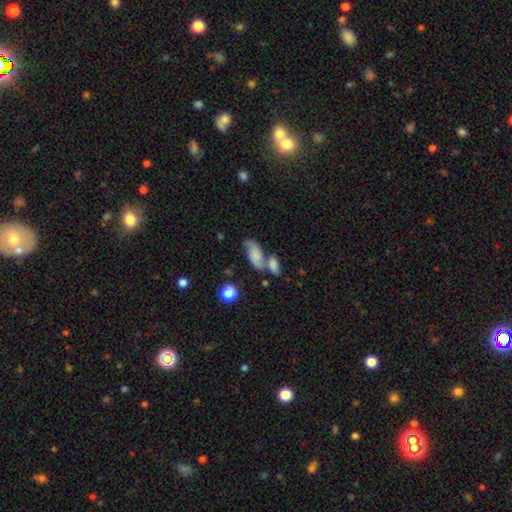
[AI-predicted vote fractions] smooth 53%, featured or disk 38%, star or artifact 9%. Down the decision tree: how rounded — in between (82%); merging — merger (39%).